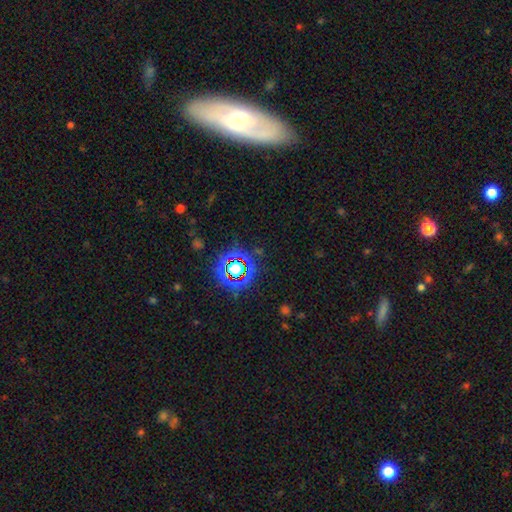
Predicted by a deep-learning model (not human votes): Smooth or featured: featured or disk — 38% (smooth — 31%)
Merging: none — 83% (minor disturbance — 10%)